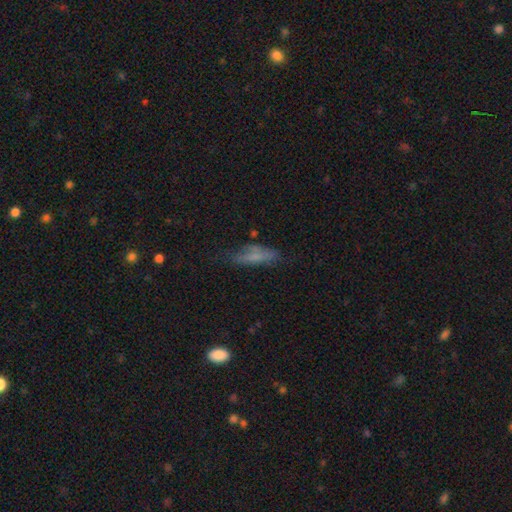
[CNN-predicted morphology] smooth 62%, featured or disk 27%, star or artifact 11%. Down the decision tree: how rounded — cigar-shaped (58%); merging — none (57%).